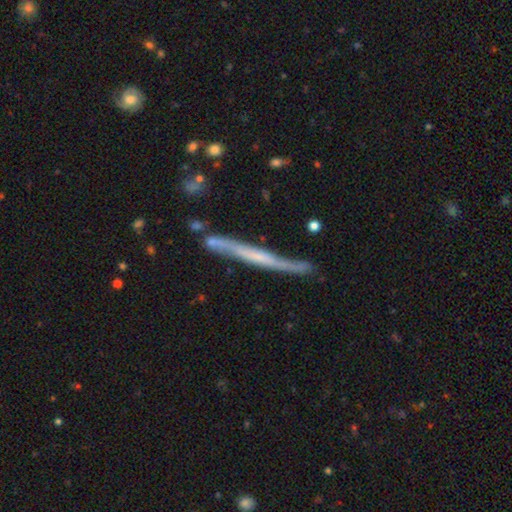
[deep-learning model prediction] Q: Smooth or featured?
A: featured or disk (67%); runner-up: smooth (27%)
Q: Edge-on disk?
A: yes (92%); runner-up: no (8%)
Q: Edge-on bulge?
A: none (69%); runner-up: rounded (19%)
Q: Merging?
A: none (74%); runner-up: minor disturbance (18%)